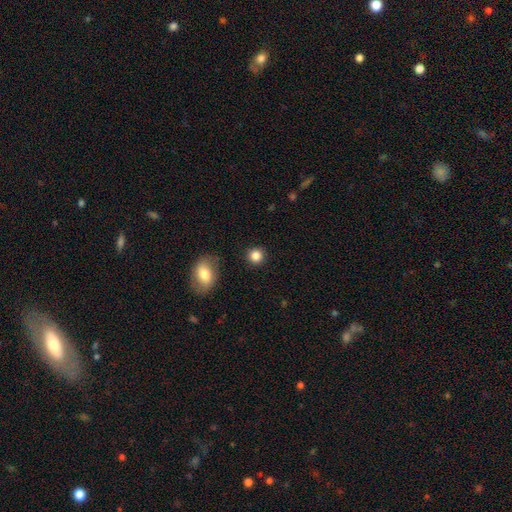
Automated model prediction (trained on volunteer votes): smooth 85%, star or artifact 11%, featured or disk 4%. Down the decision tree: how rounded — round (91%); merging — none (89%).